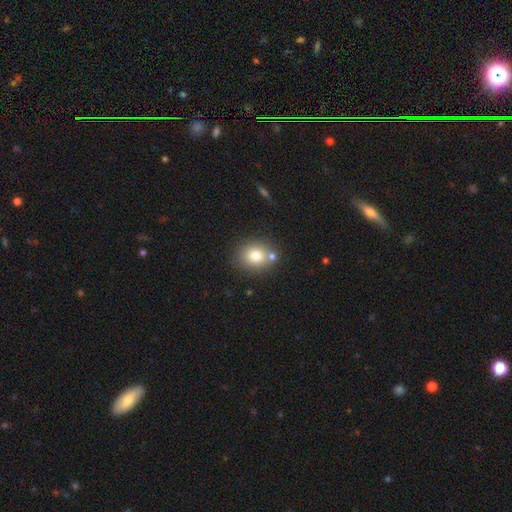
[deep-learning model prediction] smooth 78%, star or artifact 11%, featured or disk 11%. Down the decision tree: how rounded — round (69%); merging — none (70%).